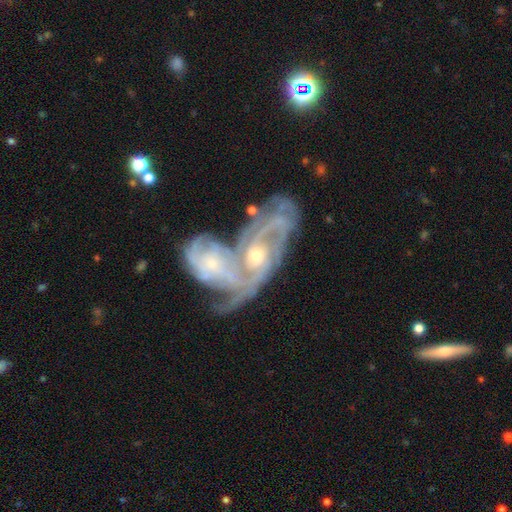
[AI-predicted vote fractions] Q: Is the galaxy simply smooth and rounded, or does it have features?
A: featured or disk — 88%.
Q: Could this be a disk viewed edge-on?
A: no — 96%.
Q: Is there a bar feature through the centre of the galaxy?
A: no — 68%.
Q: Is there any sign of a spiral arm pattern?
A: yes — 95%.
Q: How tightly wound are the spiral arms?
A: tight — 47%.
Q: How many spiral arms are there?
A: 2 — 29%.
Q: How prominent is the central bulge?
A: small — 53%.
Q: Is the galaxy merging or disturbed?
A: merger — 66%.